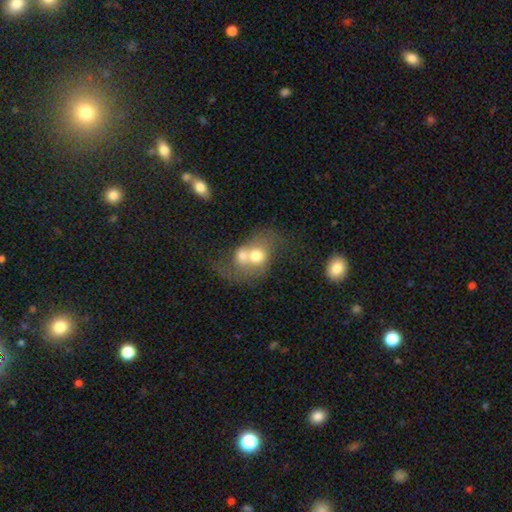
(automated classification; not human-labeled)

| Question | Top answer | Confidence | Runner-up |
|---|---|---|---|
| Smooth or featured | smooth | 57% | featured or disk (34%) |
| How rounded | round | 52% | in between (47%) |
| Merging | merger | 69% | none (14%) |